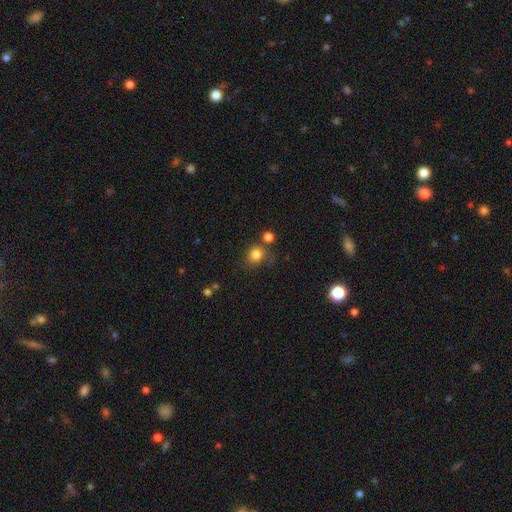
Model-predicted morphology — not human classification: smooth 82%, star or artifact 12%, featured or disk 6%. Down the decision tree: how rounded — round (82%); merging — none (66%).